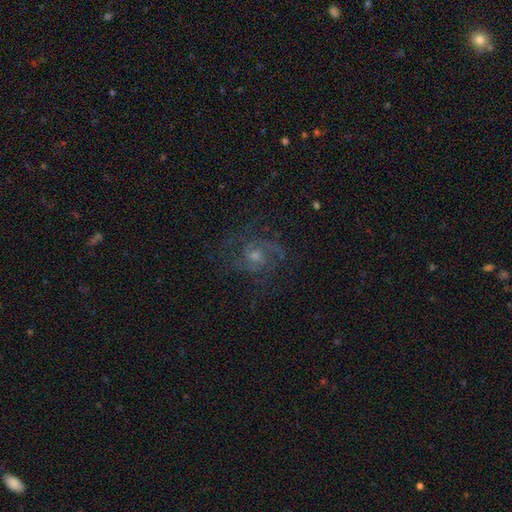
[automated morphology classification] Smooth or featured: featured or disk — 78% (smooth — 12%)
Edge-on disk: no — 97% (yes — 3%)
Bar: no — 68% (weak — 28%)
Spiral arms: yes — 93% (no — 7%)
Spiral winding: medium — 49% (tight — 34%)
Spiral arm count: 2 — 43% (3 — 22%)
Bulge size: moderate — 48% (small — 41%)
Merging: none — 66% (minor disturbance — 17%)